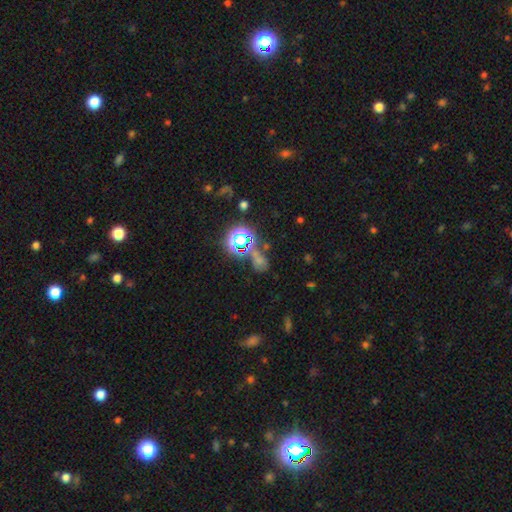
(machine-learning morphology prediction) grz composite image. It shows a star or artifact, not a galaxy (65%).